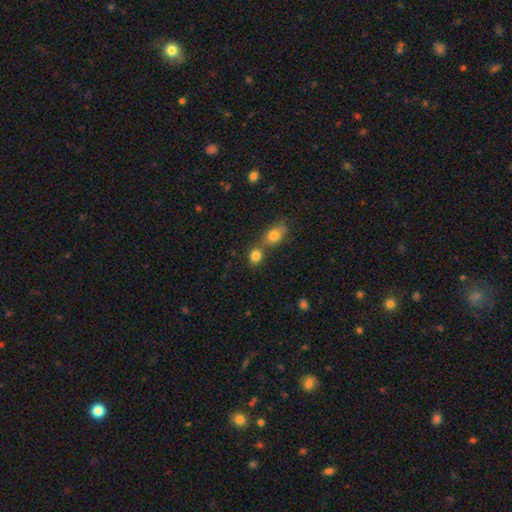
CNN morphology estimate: smooth 82%, star or artifact 11%, featured or disk 7%. Down the decision tree: how rounded — round (55%); merging — merger (47%).